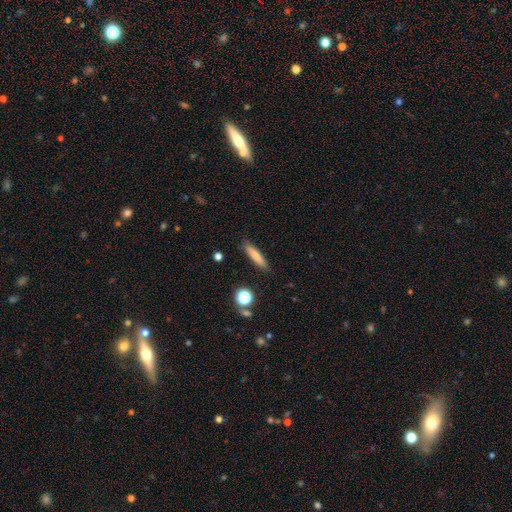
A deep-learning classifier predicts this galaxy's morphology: This appears to be a smooth galaxy with no disk features (73%) that is cigar-shaped (83%). Merging: none (86%).